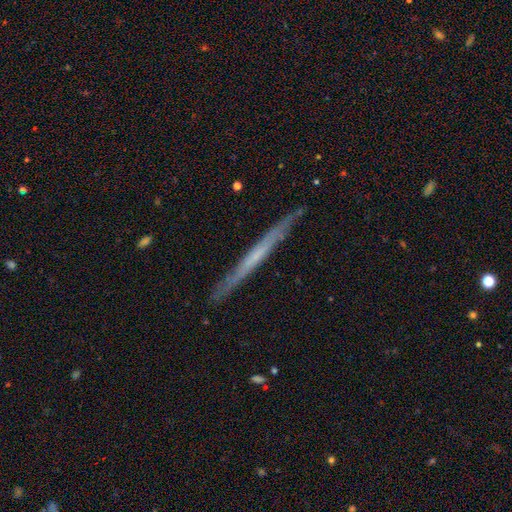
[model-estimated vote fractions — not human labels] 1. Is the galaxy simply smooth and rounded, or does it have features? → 60% featured or disk, 34% smooth, 6% star or artifact.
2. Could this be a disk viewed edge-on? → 96% yes, 4% no.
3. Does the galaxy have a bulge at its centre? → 83% none, 10% rounded, 6% boxy.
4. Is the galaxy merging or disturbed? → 89% none, 9% minor disturbance, 1% major disturbance, 1% merger.